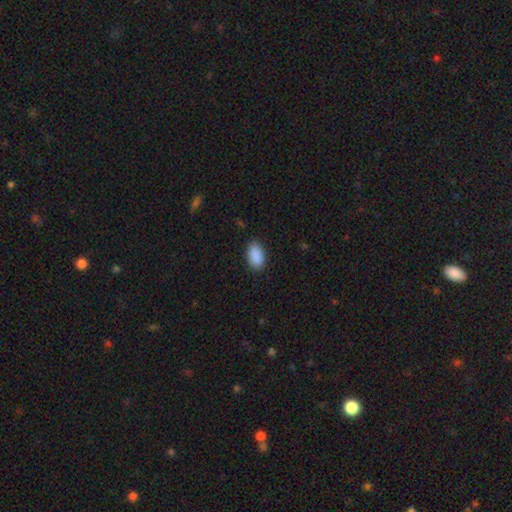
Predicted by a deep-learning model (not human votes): Smooth or featured? Predicted: smooth (p=0.90). How rounded? Predicted: in between (p=0.93). Merging? Predicted: none (p=0.84).